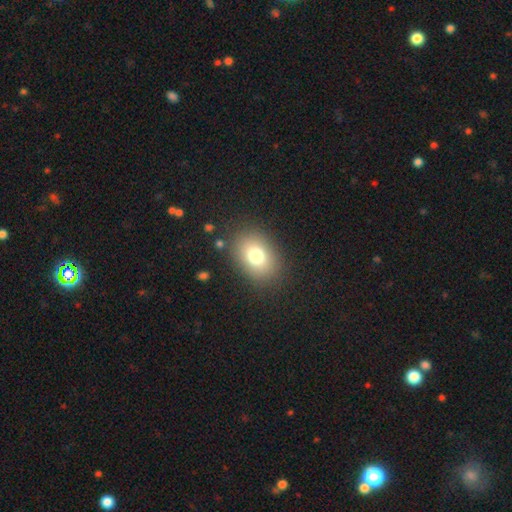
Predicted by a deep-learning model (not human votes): Q: Smooth or featured?
A: smooth (76%); runner-up: featured or disk (12%)
Q: How rounded?
A: in between (68%); runner-up: round (31%)
Q: Merging?
A: none (84%); runner-up: minor disturbance (10%)